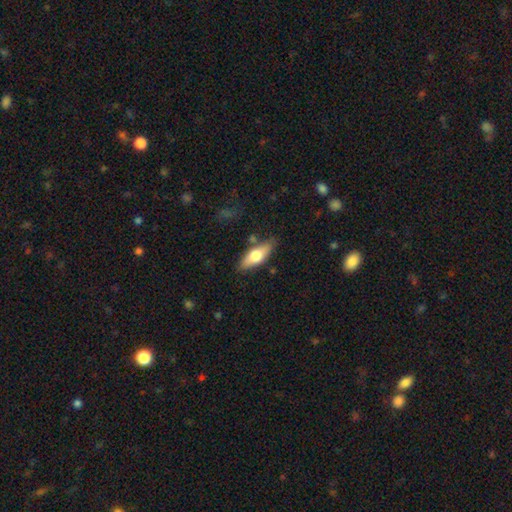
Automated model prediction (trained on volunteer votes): smooth 63%, featured or disk 31%, star or artifact 6%. Down the decision tree: how rounded — in between (66%); merging — none (79%).